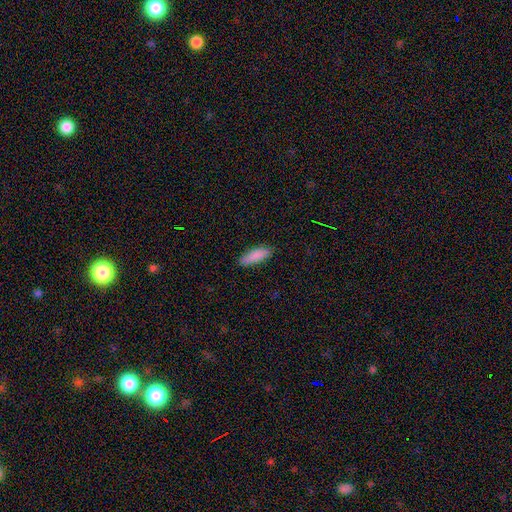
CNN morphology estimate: smooth_or_featured: smooth (p=0.87) [alt: featured or disk p=0.07]
how_rounded: in between (p=0.55) [alt: cigar-shaped p=0.43]
merging: none (p=0.86) [alt: minor disturbance p=0.11]